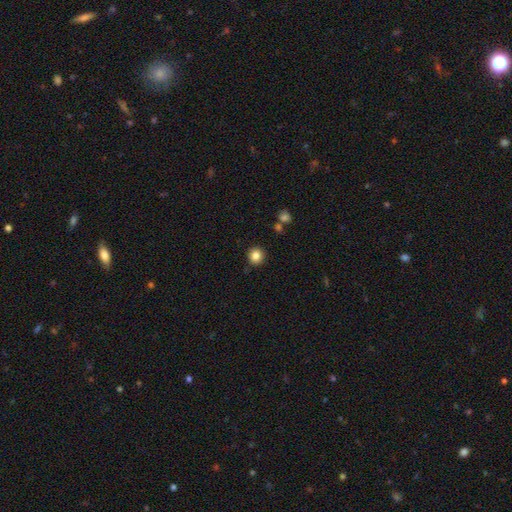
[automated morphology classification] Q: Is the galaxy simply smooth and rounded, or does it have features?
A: smooth — 84%.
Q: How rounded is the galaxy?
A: round — 92%.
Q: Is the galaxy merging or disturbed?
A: none — 89%.